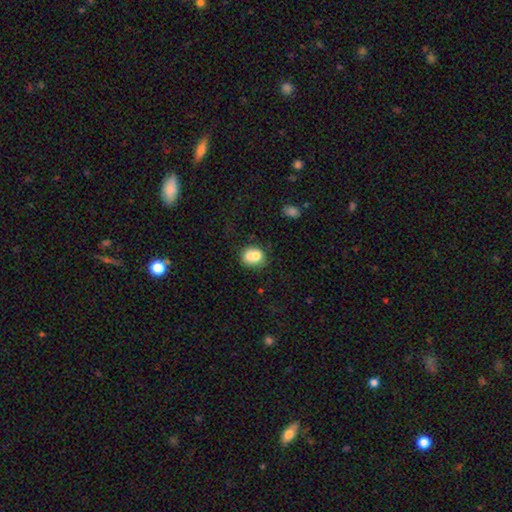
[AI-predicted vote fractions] This appears to be a smooth galaxy with no disk features (76%) that is round (53%). Merging: none (45%).